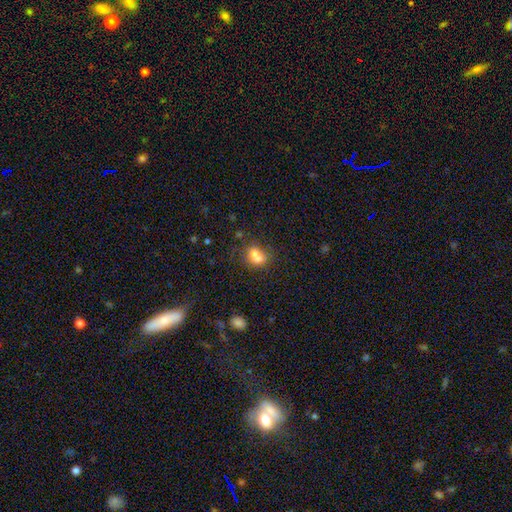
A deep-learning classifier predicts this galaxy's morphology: smooth-or-featured: smooth: 71% | featured or disk: 16% | star or artifact: 13%
  how-rounded: in between: 55% | round: 42% | cigar-shaped: 2%
  merging: merger: 44% | none: 34% | minor disturbance: 14% | major disturbance: 8%